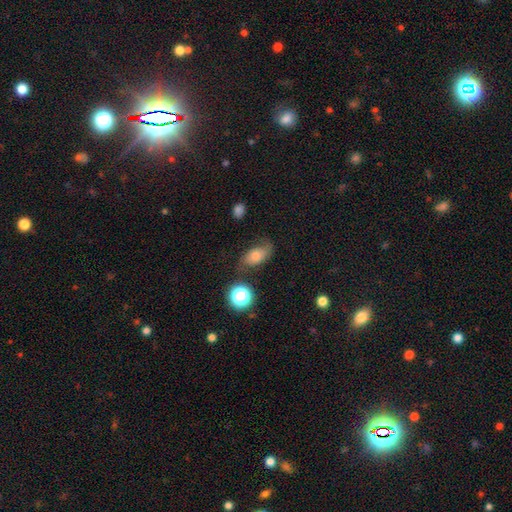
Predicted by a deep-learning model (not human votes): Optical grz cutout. It shows a smooth galaxy with no disk features (58%) that is in between round and cigar-shaped (84%). Merging: none (61%).